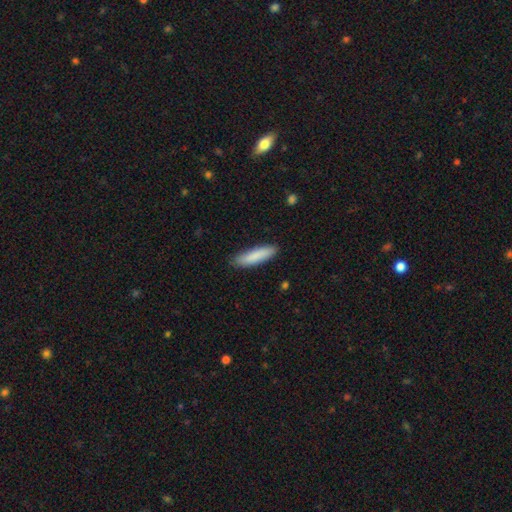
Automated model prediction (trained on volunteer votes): smooth_or_featured: smooth (p=0.87) [alt: featured or disk p=0.08]
how_rounded: cigar-shaped (p=0.73) [alt: in between p=0.26]
merging: none (p=0.86) [alt: minor disturbance p=0.11]